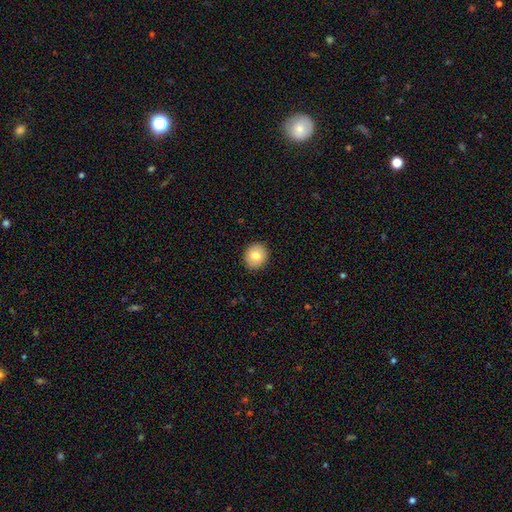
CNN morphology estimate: The model was most divided on "how rounded": round: 82%, in between: 17%, cigar-shaped: 1%. More confident: merging — none (91%); smooth or featured — smooth (80%).